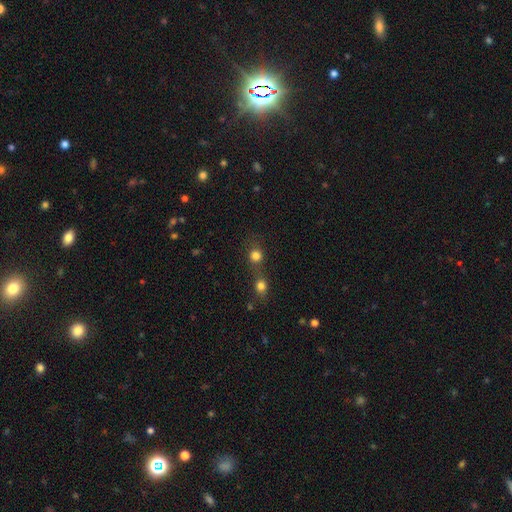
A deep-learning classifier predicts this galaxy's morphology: Smooth or featured? Predicted: smooth (p=0.78). How rounded? Predicted: round (p=0.85). Merging? Predicted: none (p=0.45).